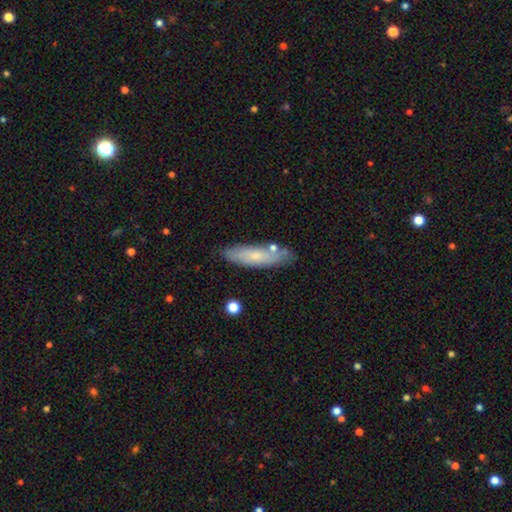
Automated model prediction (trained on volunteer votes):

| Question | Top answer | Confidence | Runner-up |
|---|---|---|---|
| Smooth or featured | smooth | 64% | featured or disk (29%) |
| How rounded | cigar-shaped | 64% | in between (34%) |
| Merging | none | 75% | minor disturbance (16%) |